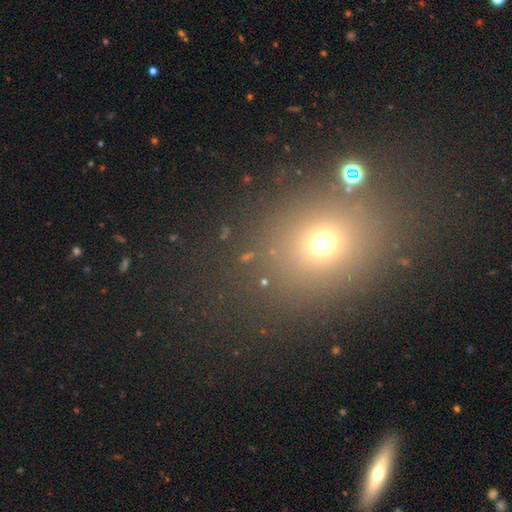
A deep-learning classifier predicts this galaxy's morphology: Smooth or featured? smooth (61%)
How rounded? round (55%)
Merging? none (80%)